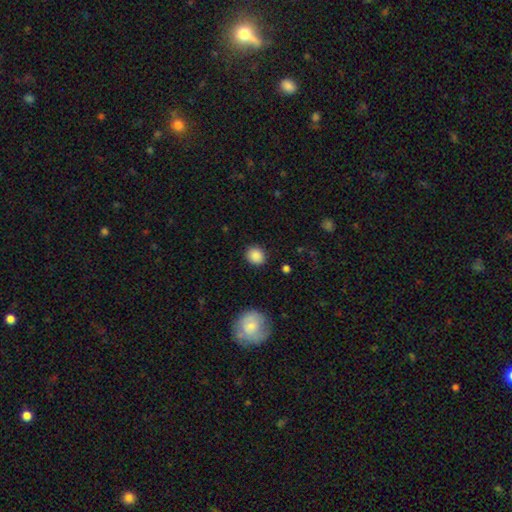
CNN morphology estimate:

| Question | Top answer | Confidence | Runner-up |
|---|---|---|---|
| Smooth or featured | smooth | 87% | star or artifact (9%) |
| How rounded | round | 71% | in between (28%) |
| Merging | none | 88% | minor disturbance (8%) |